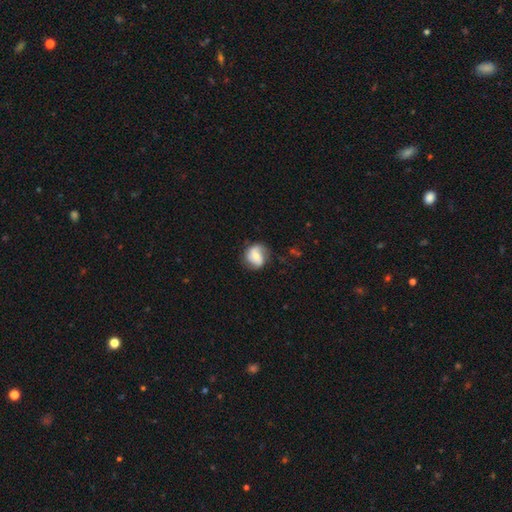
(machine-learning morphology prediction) Overall: featured or disk (58%; smooth 35%). Edge-on disk: no (97%). Bar: no (45%; weak 39%). Spiral arms: yes (86%). Bulge size: moderate (51%; small 39%). Merging: none (72%).